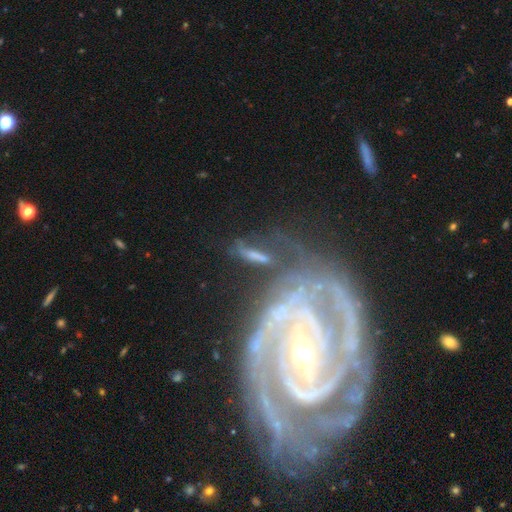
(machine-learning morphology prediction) smooth_or_featured: featured or disk (p=0.47) [alt: smooth p=0.37]
merging: none (p=0.55) [alt: minor disturbance p=0.21]